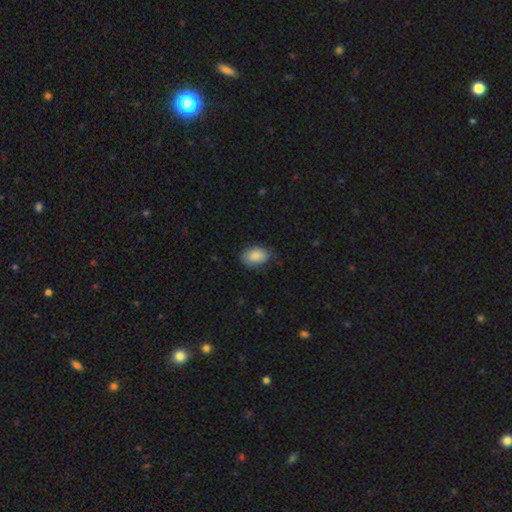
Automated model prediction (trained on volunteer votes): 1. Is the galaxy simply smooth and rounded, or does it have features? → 86% smooth, 8% featured or disk, 7% star or artifact.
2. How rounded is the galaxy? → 86% in between, 12% round, 1% cigar-shaped.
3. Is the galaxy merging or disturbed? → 71% none, 23% minor disturbance, 5% major disturbance, 1% merger.